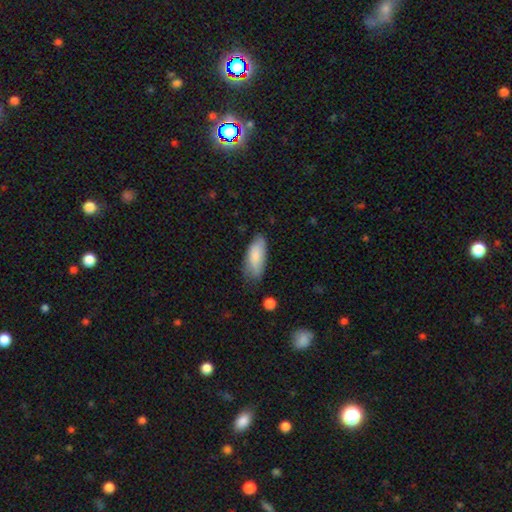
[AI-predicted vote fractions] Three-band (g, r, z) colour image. It shows a smooth galaxy with no disk features (83%) that is in between round and cigar-shaped (79%). Merging: none (62%).